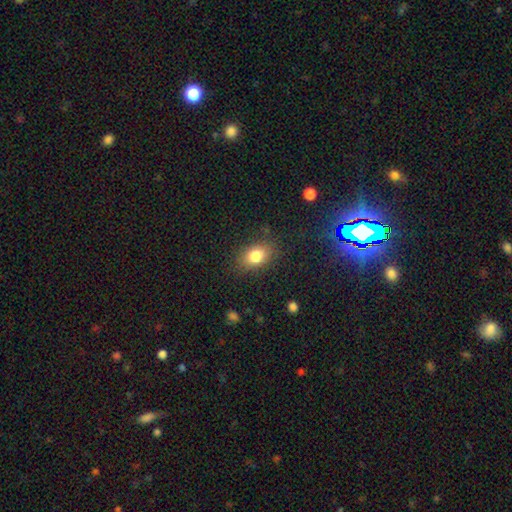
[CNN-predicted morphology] Overall: smooth (81%). How rounded: in between (79%). Merging: none (80%).